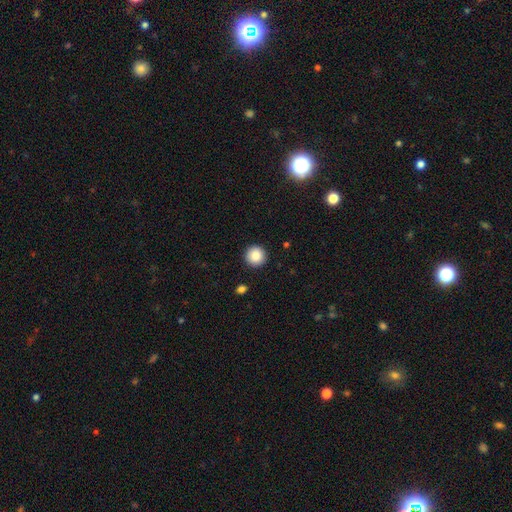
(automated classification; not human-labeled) smooth_or_featured: smooth (p=0.87) [alt: star or artifact p=0.09]
how_rounded: round (p=0.96) [alt: in between p=0.03]
merging: none (p=0.92) [alt: minor disturbance p=0.05]